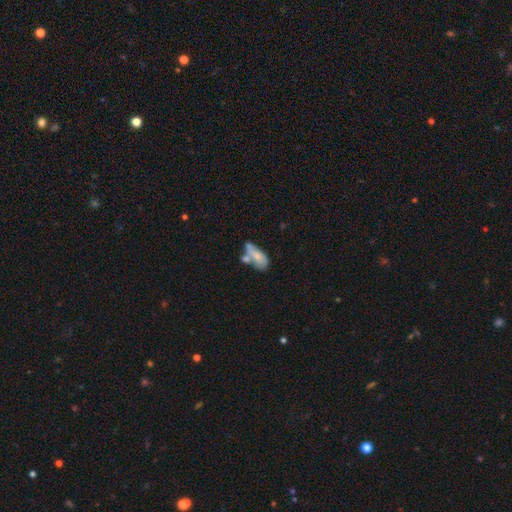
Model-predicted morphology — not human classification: type=smooth (66%); roundness=in between (81%); merging=merger (42%).